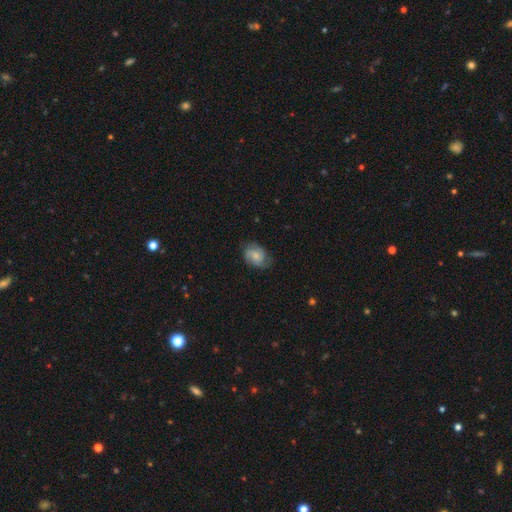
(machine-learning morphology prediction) Smooth or featured? Predicted: featured or disk (p=0.62). Edge-on disk? Predicted: no (p=0.97). Bar? Predicted: no (p=0.65). Spiral arms? Predicted: yes (p=0.93). Spiral winding? Predicted: medium (p=0.48). Spiral arm count? Predicted: 2 (p=0.50). Bulge size? Predicted: small (p=0.45). Merging? Predicted: none (p=0.70).